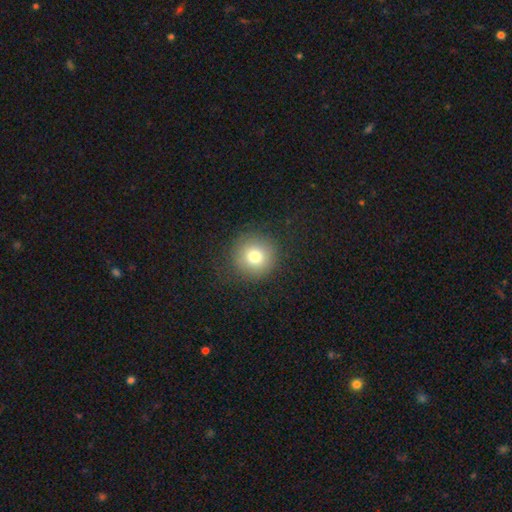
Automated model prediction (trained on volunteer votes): smooth_or_featured: smooth (p=0.68) [alt: star or artifact p=0.23]
how_rounded: round (p=0.93) [alt: in between p=0.05]
merging: none (p=0.91) [alt: minor disturbance p=0.06]